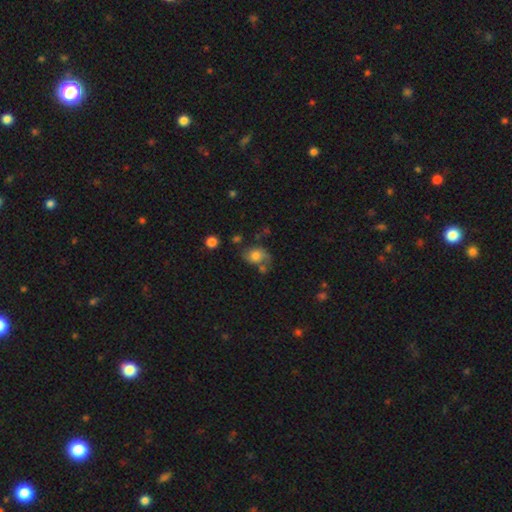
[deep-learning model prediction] This appears to be a smooth galaxy with no disk features (47%). Merging: none (45%).